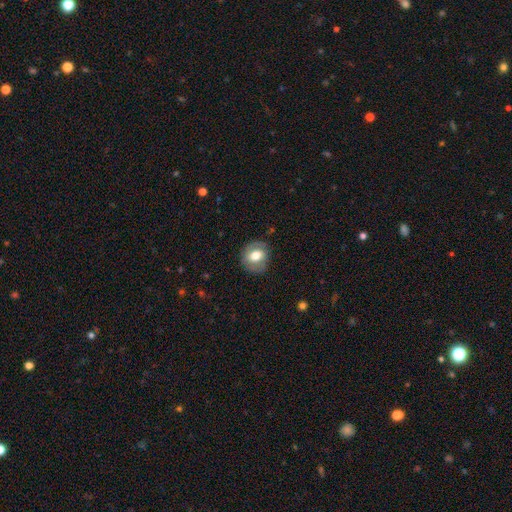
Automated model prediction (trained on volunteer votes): Smooth or featured: smooth — 61% (featured or disk — 32%)
How rounded: round — 68% (in between — 31%)
Merging: none — 78% (minor disturbance — 15%)